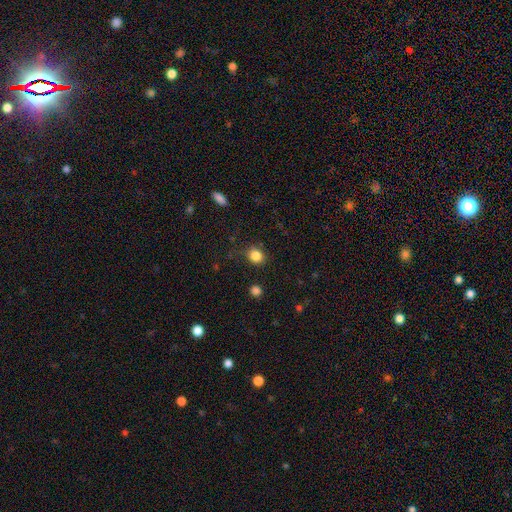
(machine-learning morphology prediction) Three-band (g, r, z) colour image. It shows a smooth galaxy with no disk features (84%) that is round (73%). Merging: none (80%).